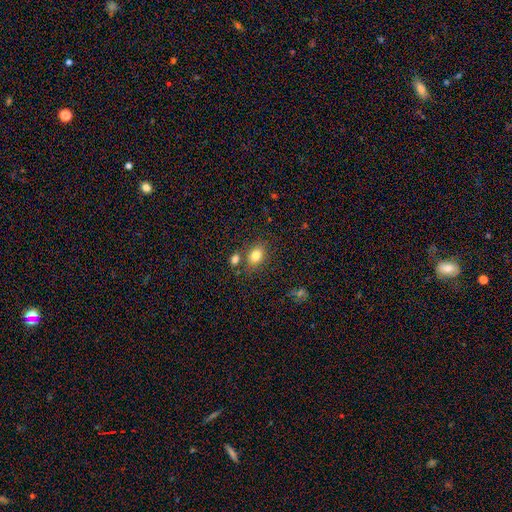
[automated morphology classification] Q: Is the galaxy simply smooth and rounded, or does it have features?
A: smooth — 81%.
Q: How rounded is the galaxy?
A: in between — 73%.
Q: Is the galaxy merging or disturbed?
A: none — 68%.